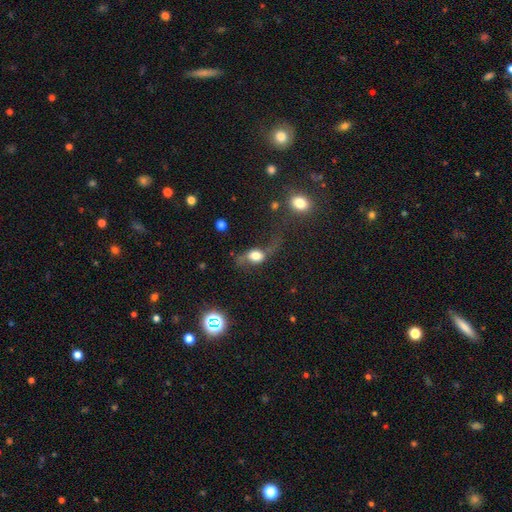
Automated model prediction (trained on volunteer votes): Smooth or featured?
  - featured or disk: 45% *
  - smooth: 43%
  - star or artifact: 12%
Merging?
  - none: 41% *
  - major disturbance: 31%
  - minor disturbance: 21%
  - merger: 6%